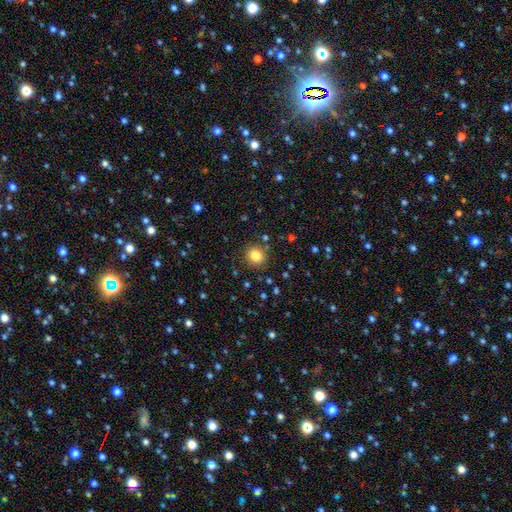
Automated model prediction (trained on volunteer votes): Morphology: type=smooth (83%); roundness=round (87%); merging=none (87%).